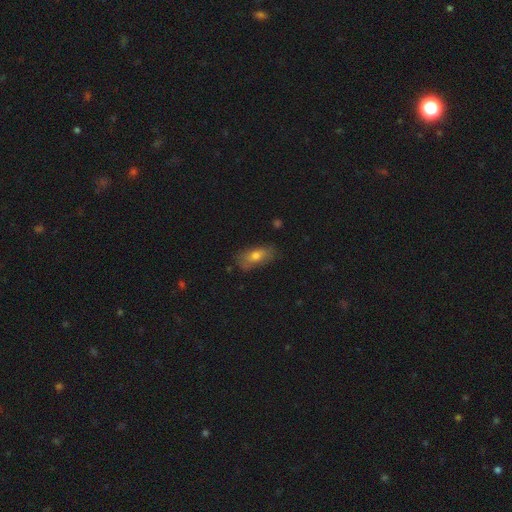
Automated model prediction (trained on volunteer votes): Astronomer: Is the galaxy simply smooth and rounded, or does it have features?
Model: smooth — 69%.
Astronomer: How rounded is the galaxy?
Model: in between — 84%.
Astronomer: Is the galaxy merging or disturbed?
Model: none — 69%.